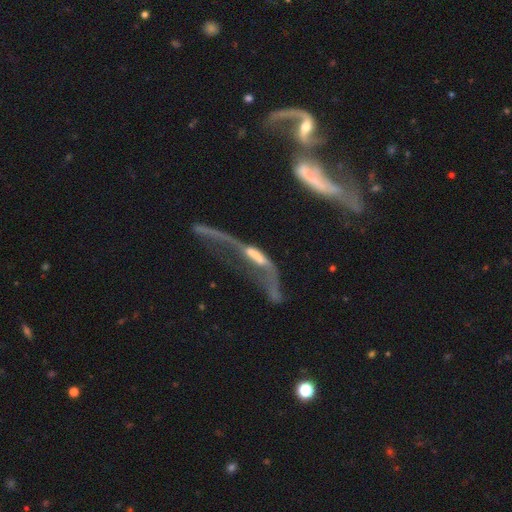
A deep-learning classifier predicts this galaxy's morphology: A featured or disk galaxy (63%). Merging: major disturbance (57%).